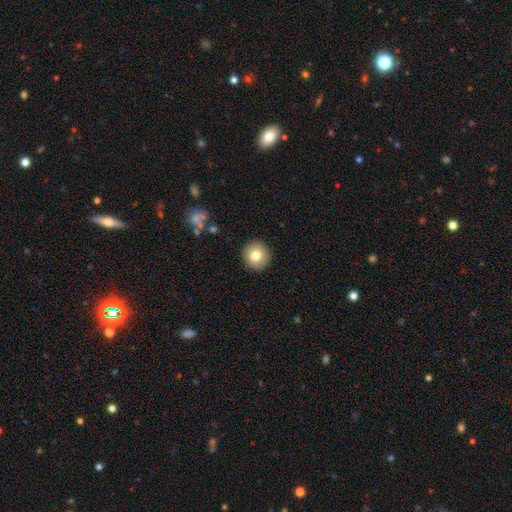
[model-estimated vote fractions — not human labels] Smooth or featured? smooth (78%)
How rounded? round (94%)
Merging? none (92%)